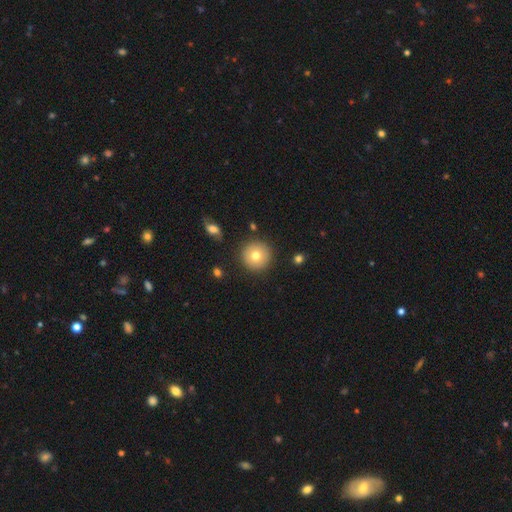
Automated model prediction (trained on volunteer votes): Overall: smooth (75%). How rounded: round (96%). Merging: none (89%).